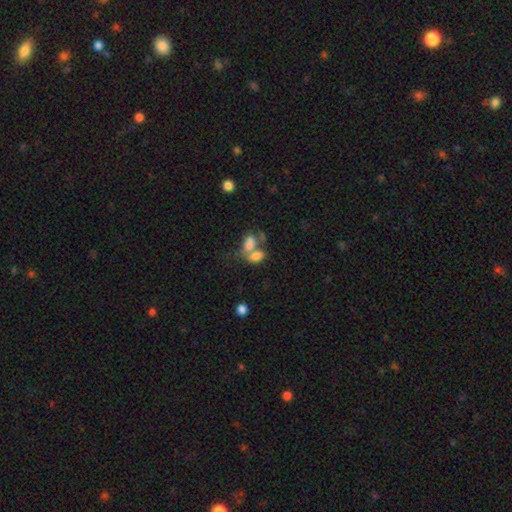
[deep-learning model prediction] Smooth or featured: smooth — 70% (featured or disk — 18%)
How rounded: in between — 86% (round — 11%)
Merging: merger — 63% (none — 21%)